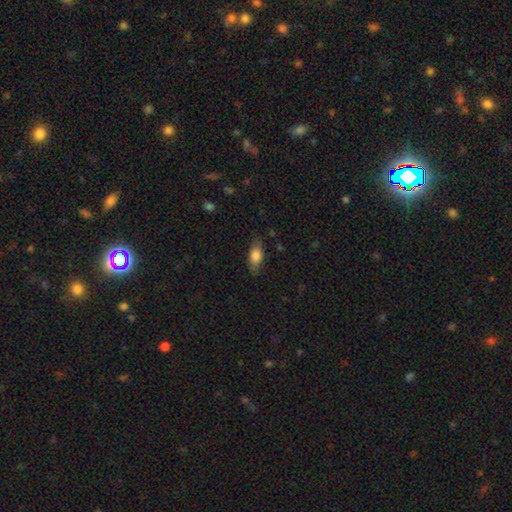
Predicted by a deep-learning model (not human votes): A smooth galaxy with no disk features (76%) that is in between round and cigar-shaped (81%).

Vote fractions:
- Smooth or featured? smooth: 76% / featured or disk: 16% / star or artifact: 8%
- How rounded? in between: 81% / cigar-shaped: 12% / round: 6%
- Merging? none: 77% / minor disturbance: 17% / major disturbance: 4% / merger: 1%